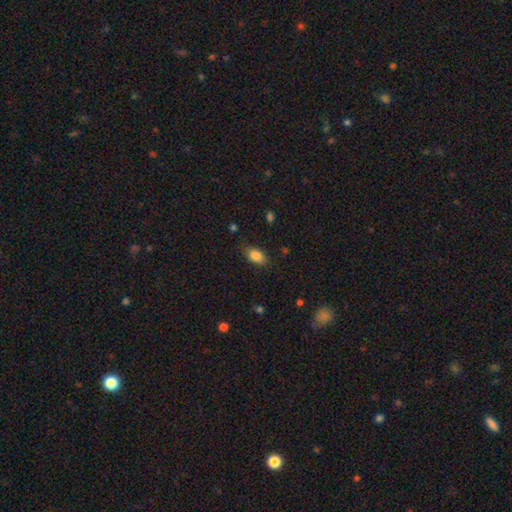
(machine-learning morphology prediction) Overall: smooth (85%). How rounded: in between (89%). Merging: none (81%).